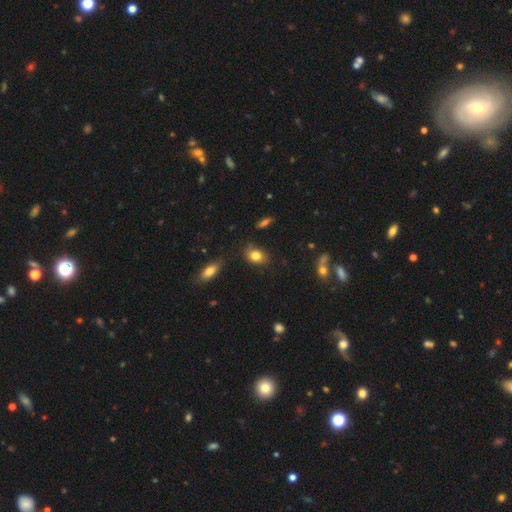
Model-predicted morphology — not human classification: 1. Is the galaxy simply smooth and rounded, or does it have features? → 82% smooth, 10% star or artifact, 9% featured or disk.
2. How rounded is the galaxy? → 66% in between, 33% round, 2% cigar-shaped.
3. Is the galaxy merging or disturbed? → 69% none, 22% minor disturbance, 6% major disturbance, 3% merger.